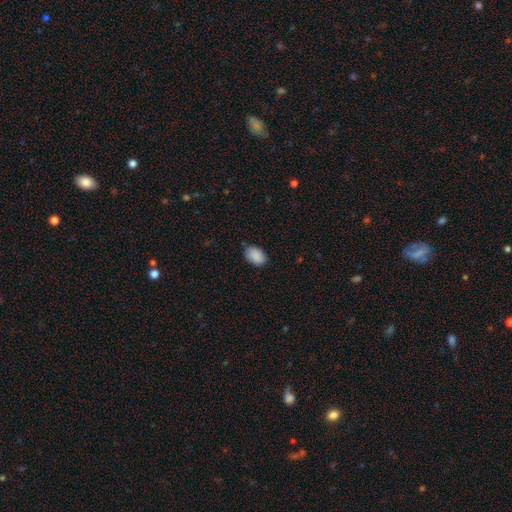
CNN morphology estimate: Smooth or featured? smooth (89%)
How rounded? in between (87%)
Merging? none (80%)